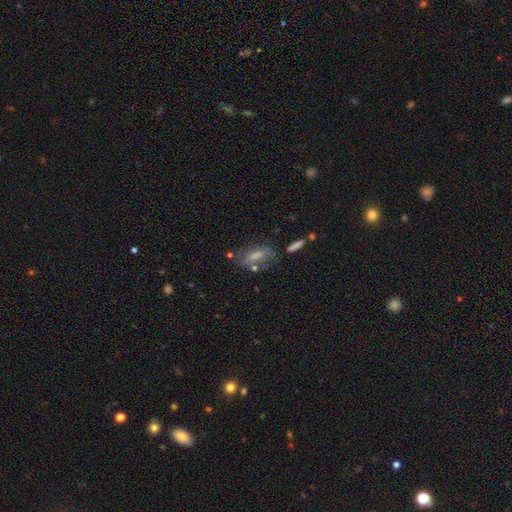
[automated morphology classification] Q: Smooth or featured?
A: smooth (44%); runner-up: featured or disk (38%)
Q: Merging?
A: none (61%); runner-up: minor disturbance (19%)